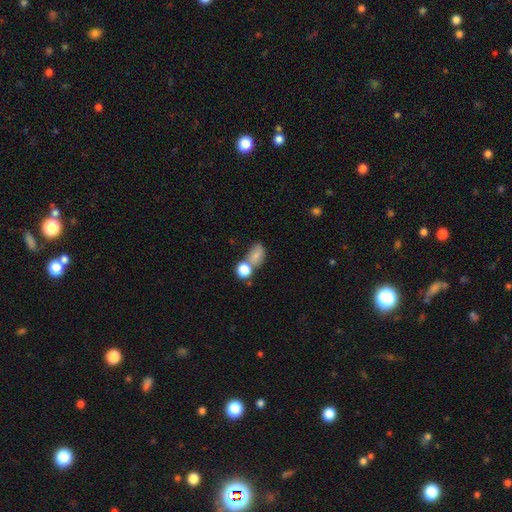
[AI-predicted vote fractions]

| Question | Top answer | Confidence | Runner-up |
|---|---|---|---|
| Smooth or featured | smooth | 74% | featured or disk (14%) |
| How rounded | in between | 65% | round (33%) |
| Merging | merger | 39% | none (37%) |